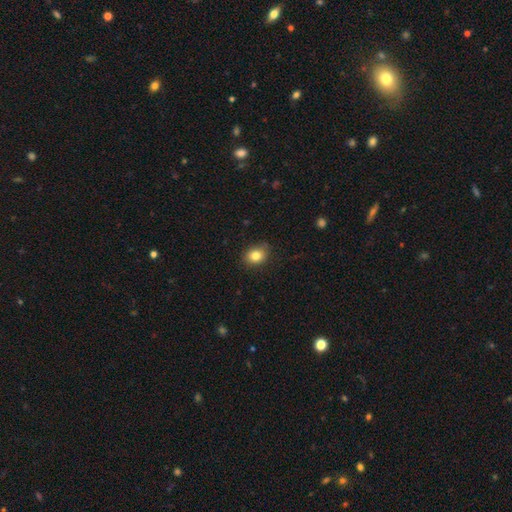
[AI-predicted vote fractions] The model was most divided on "how rounded": round: 52%, in between: 47%, cigar-shaped: 1%. More confident: smooth or featured — smooth (82%); merging — none (82%).